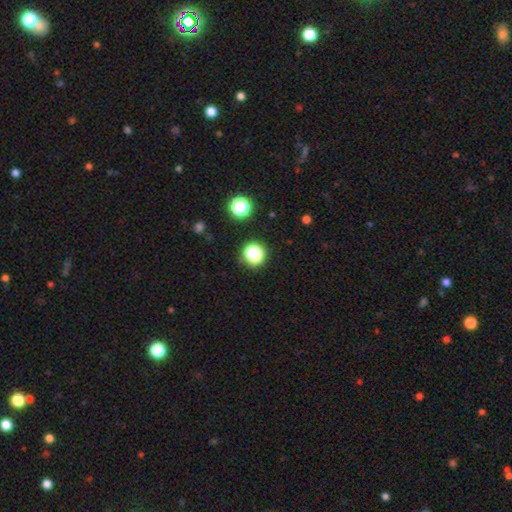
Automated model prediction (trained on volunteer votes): Smooth or featured?
  - smooth: 74% *
  - star or artifact: 19%
  - featured or disk: 7%
How rounded?
  - round: 86% *
  - in between: 13%
  - cigar-shaped: 1%
Merging?
  - none: 77% *
  - minor disturbance: 11%
  - merger: 8%
  - major disturbance: 4%